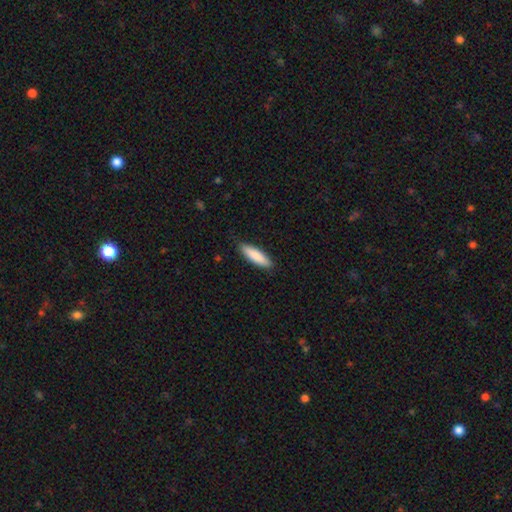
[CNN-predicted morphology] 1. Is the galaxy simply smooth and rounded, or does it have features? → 86% smooth, 9% featured or disk, 5% star or artifact.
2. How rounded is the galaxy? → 65% cigar-shaped, 33% in between, 1% round.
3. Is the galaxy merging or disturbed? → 88% none, 9% minor disturbance, 2% major disturbance, 1% merger.